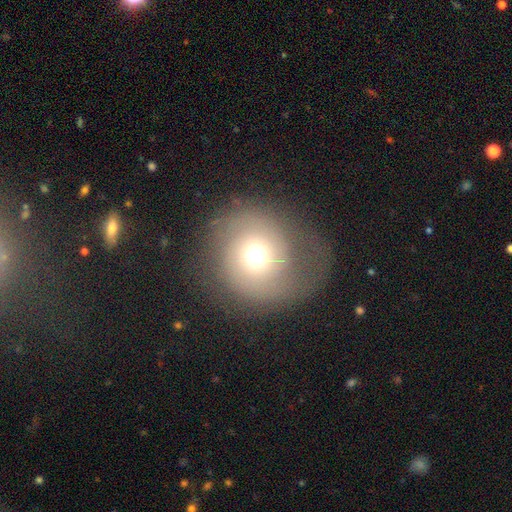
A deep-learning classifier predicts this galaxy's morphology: Smooth or featured?
  - smooth: 48% *
  - featured or disk: 39%
  - star or artifact: 13%
Merging?
  - none: 52% *
  - major disturbance: 26%
  - minor disturbance: 20%
  - merger: 2%